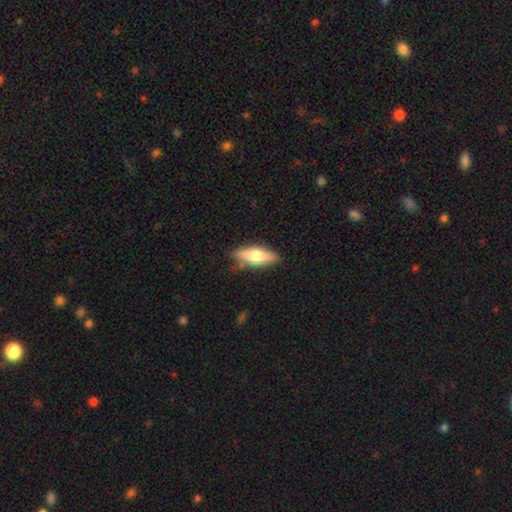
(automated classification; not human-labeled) Q: Smooth or featured?
A: smooth (57%); runner-up: featured or disk (37%)
Q: How rounded?
A: in between (60%); runner-up: cigar-shaped (37%)
Q: Merging?
A: none (80%); runner-up: minor disturbance (15%)